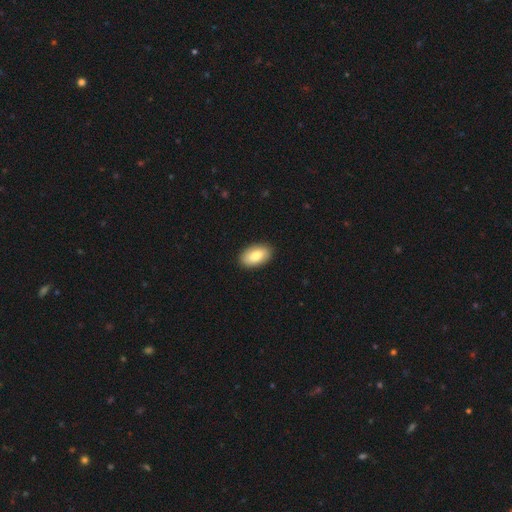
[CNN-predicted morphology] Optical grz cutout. It shows a smooth galaxy with no disk features (83%) that is in between round and cigar-shaped (94%). Merging: none (90%).